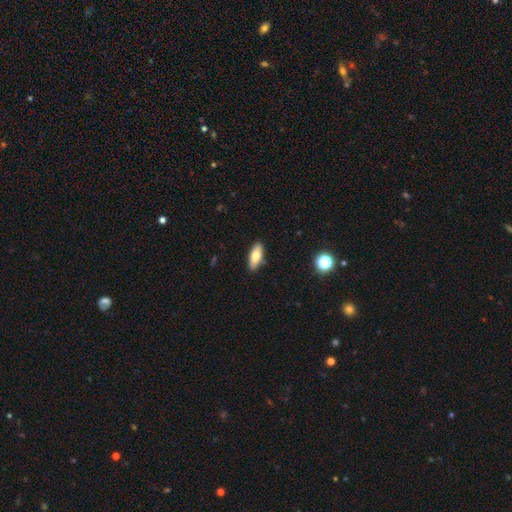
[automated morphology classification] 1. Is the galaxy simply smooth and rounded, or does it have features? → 75% smooth, 18% featured or disk, 7% star or artifact.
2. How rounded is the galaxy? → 76% in between, 22% cigar-shaped, 3% round.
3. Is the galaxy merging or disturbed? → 88% none, 9% minor disturbance, 2% major disturbance, 1% merger.